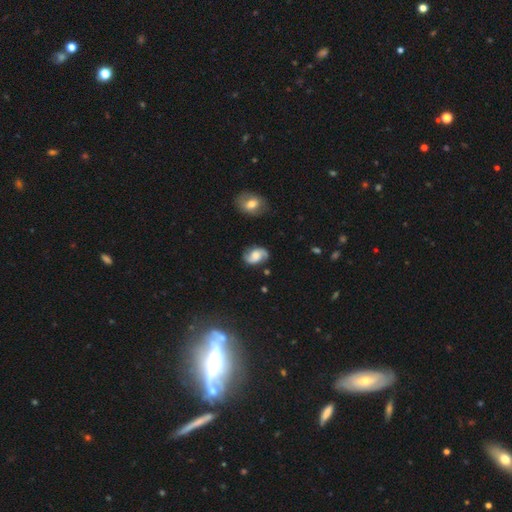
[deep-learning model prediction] smooth_or_featured: featured or disk (p=0.67) [alt: smooth p=0.25]
disk_edge_on: no (p=0.97) [alt: yes p=0.03]
bar: no (p=0.56) [alt: weak p=0.37]
has_spiral_arms: yes (p=0.93) [alt: no p=0.07]
spiral_winding: medium (p=0.45) [alt: loose p=0.34]
spiral_arm_count: 2 (p=0.90) [alt: can't tell p=0.05]
bulge_size: moderate (p=0.38) [alt: large p=0.25]
merging: none (p=0.77) [alt: minor disturbance p=0.16]